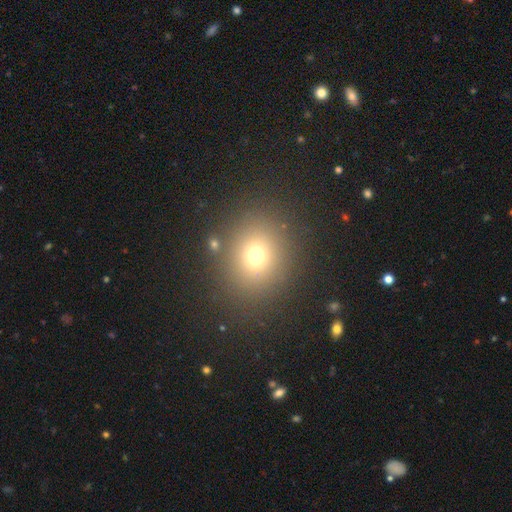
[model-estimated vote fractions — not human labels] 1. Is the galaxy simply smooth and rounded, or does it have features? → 69% smooth, 23% star or artifact, 8% featured or disk.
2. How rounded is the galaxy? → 73% round, 26% in between, 1% cigar-shaped.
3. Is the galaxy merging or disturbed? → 88% none, 7% minor disturbance, 3% major disturbance, 3% merger.